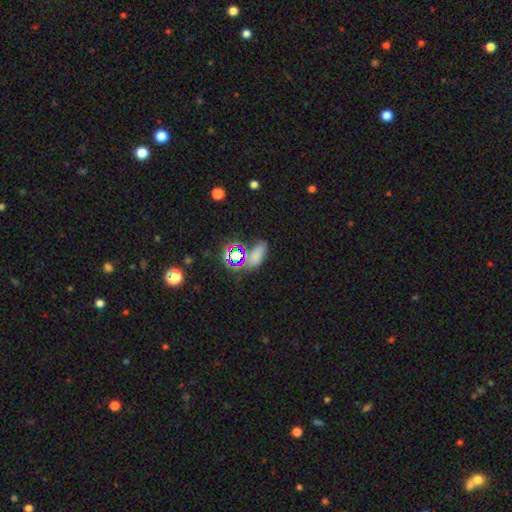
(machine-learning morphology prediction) Smooth or featured? Predicted: smooth (p=0.57). How rounded? Predicted: in between (p=0.81). Merging? Predicted: none (p=0.55).